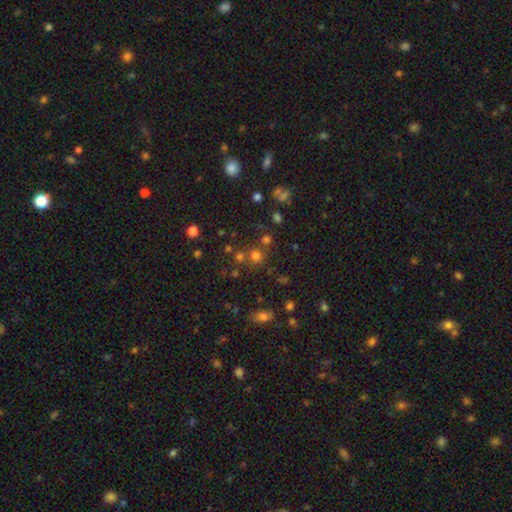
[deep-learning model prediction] Q: Smooth or featured?
A: smooth (66%); runner-up: star or artifact (27%)
Q: How rounded?
A: round (88%); runner-up: in between (11%)
Q: Merging?
A: none (70%); runner-up: merger (18%)